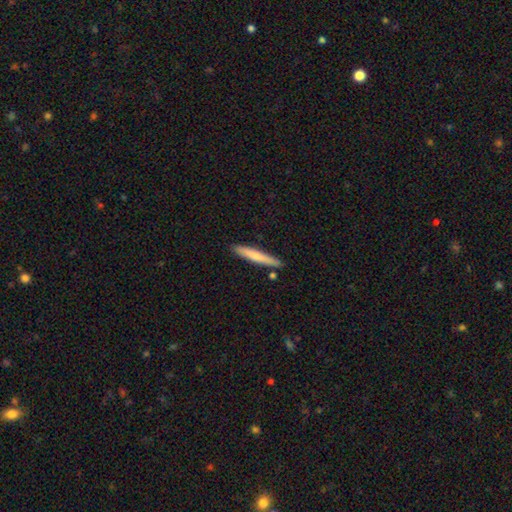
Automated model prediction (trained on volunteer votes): Smooth or featured? smooth (68%)
How rounded? cigar-shaped (95%)
Merging? none (85%)